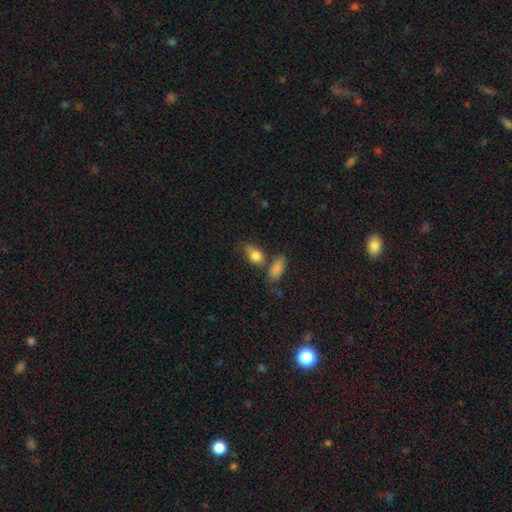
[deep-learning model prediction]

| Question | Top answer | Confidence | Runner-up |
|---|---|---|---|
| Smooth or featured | smooth | 80% | featured or disk (12%) |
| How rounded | in between | 79% | round (15%) |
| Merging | none | 44% | merger (24%) |